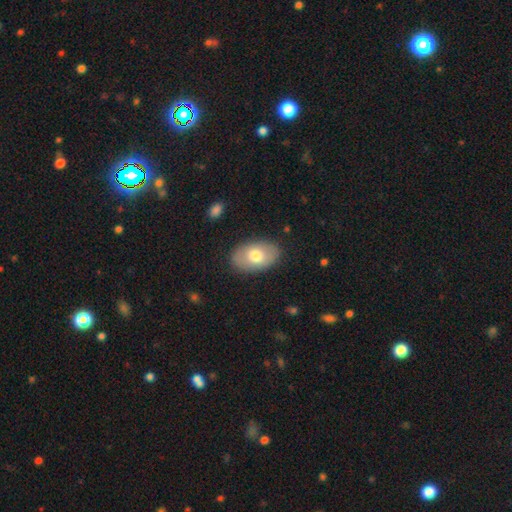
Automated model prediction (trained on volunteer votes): Smooth or featured? Predicted: smooth (p=0.69). How rounded? Predicted: in between (p=0.90). Merging? Predicted: none (p=0.85).